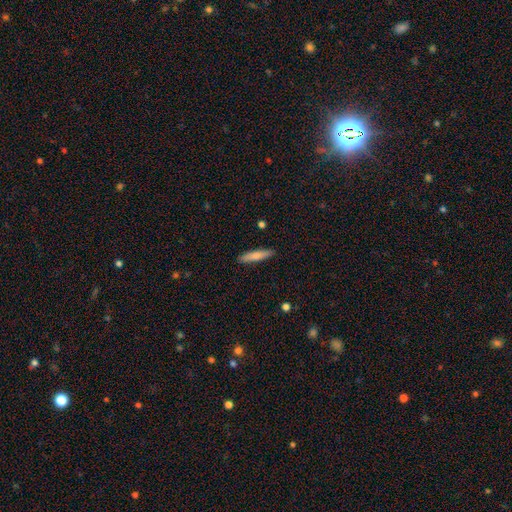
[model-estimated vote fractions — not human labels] Morphology: type=smooth (73%); roundness=cigar-shaped (86%); merging=none (90%).